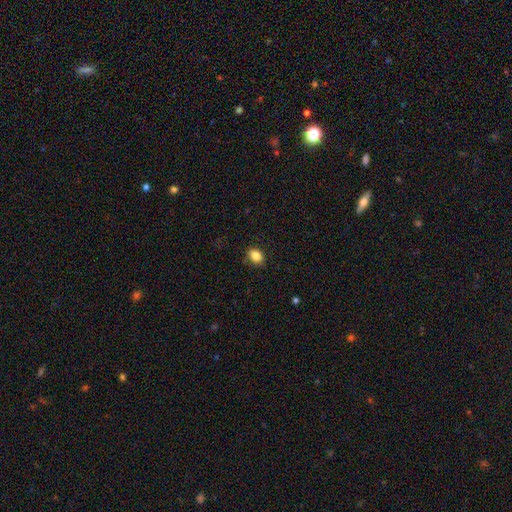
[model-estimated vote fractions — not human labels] This is clearly a smooth galaxy (85%). How rounded: likely in between (69%). Merging: clearly none (86%).